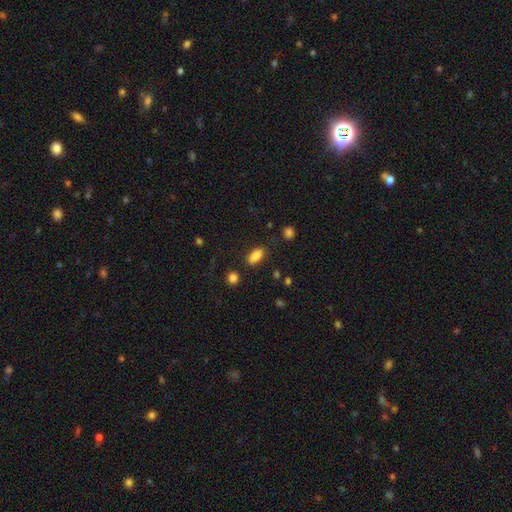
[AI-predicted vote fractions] Smooth or featured? Predicted: smooth (p=0.86). How rounded? Predicted: in between (p=0.80). Merging? Predicted: none (p=0.81).